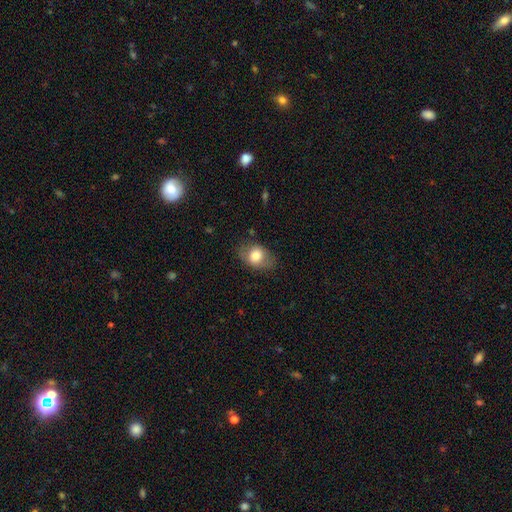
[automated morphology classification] Smooth or featured? smooth (75%)
How rounded? in between (71%)
Merging? none (74%)